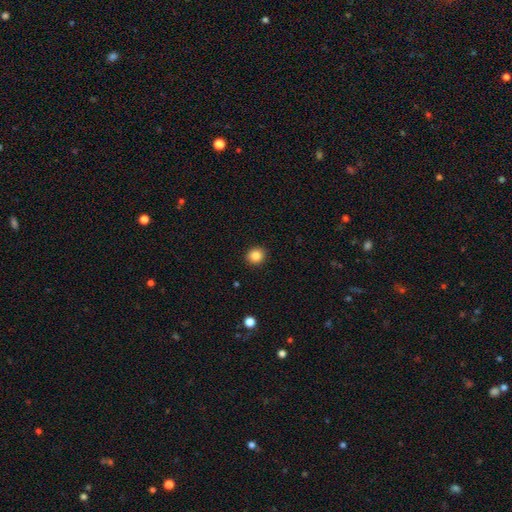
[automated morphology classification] Smooth or featured: smooth — 86% (star or artifact — 10%)
How rounded: round — 80% (in between — 19%)
Merging: none — 91% (minor disturbance — 6%)